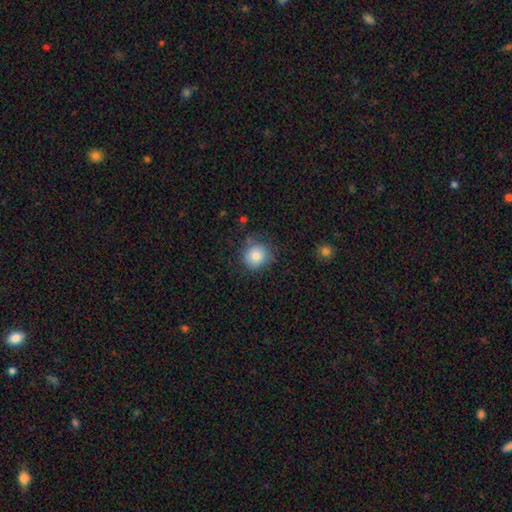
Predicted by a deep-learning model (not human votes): smooth_or_featured: smooth (p=0.82) [alt: star or artifact p=0.10]
how_rounded: round (p=0.89) [alt: in between p=0.10]
merging: none (p=0.78) [alt: minor disturbance p=0.16]